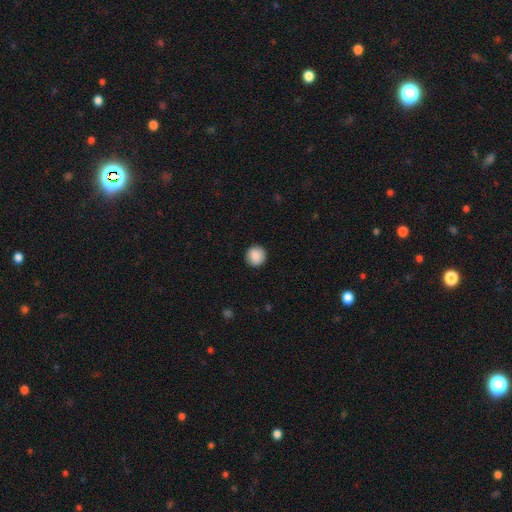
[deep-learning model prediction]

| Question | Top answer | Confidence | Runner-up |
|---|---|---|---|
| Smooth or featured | smooth | 89% | star or artifact (7%) |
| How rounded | round | 94% | in between (5%) |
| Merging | none | 91% | minor disturbance (6%) |